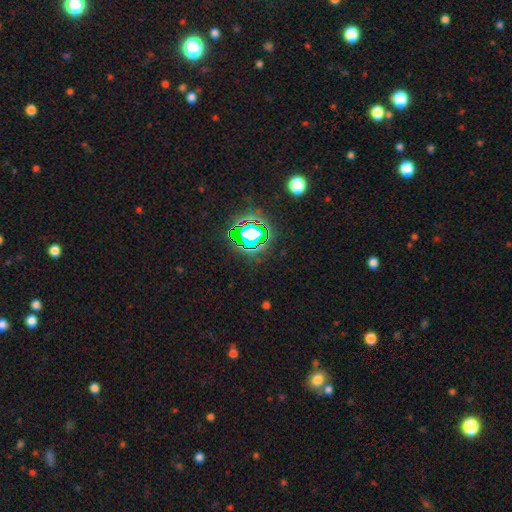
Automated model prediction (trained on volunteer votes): This is clearly a star or artifact rather than a galaxy (81%).